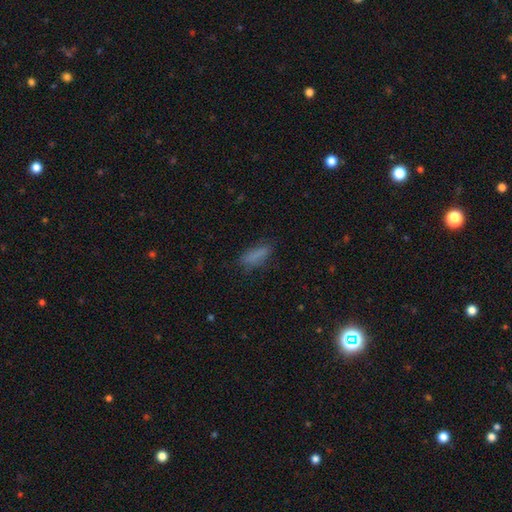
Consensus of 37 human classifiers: Volunteers were most divided on "how rounded": in between: 55%, cigar-shaped: 36%, round: 9%. More confident: smooth or featured — smooth (89%); merging — none (85%).